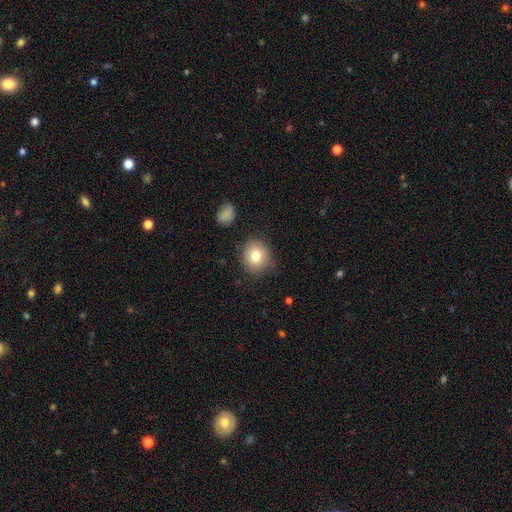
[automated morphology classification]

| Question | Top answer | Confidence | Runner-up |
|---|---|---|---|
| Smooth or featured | smooth | 78% | featured or disk (11%) |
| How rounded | round | 79% | in between (20%) |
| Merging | none | 82% | minor disturbance (13%) |